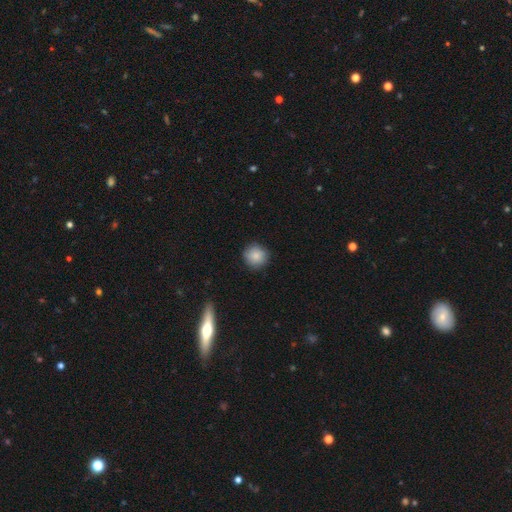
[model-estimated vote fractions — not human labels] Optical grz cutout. It shows a smooth galaxy with no disk features (85%) that is round (92%). Merging: none (85%).